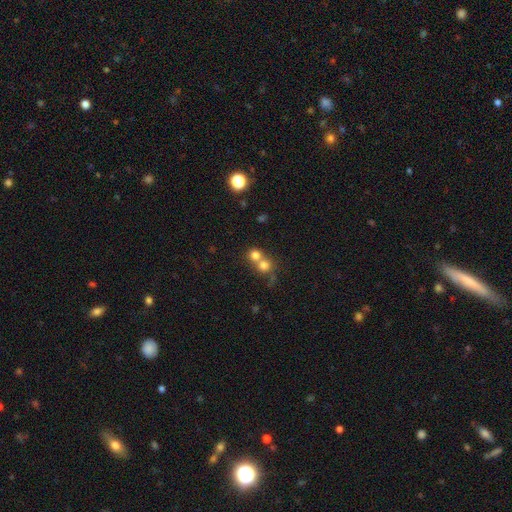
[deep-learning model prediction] Smooth or featured: smooth — 75% (star or artifact — 14%)
How rounded: round — 87% (in between — 12%)
Merging: merger — 56% (none — 37%)